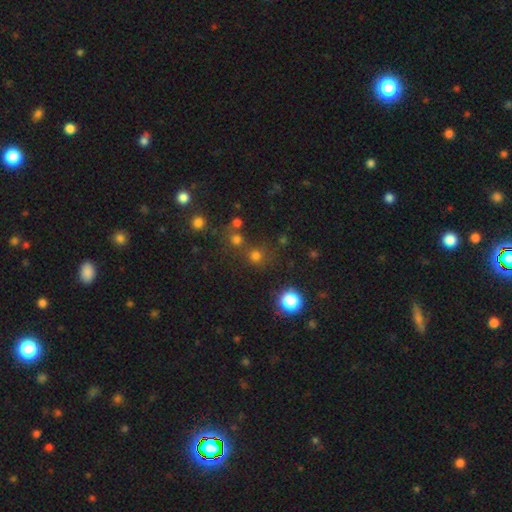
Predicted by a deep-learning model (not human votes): Smooth or featured? Predicted: smooth (p=0.67). How rounded? Predicted: round (p=0.90). Merging? Predicted: none (p=0.70).